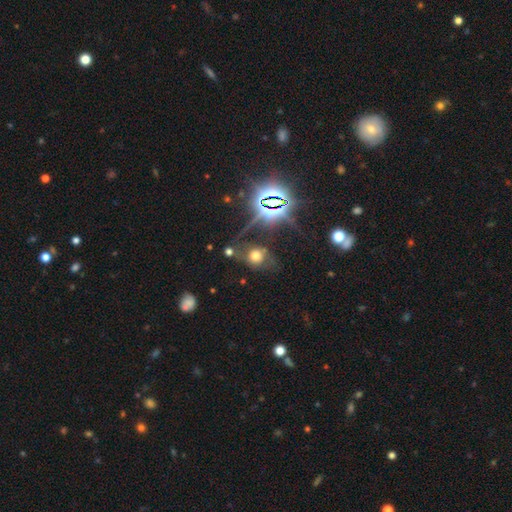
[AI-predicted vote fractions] A smooth galaxy with no disk features (45%). Merging: none (52%).